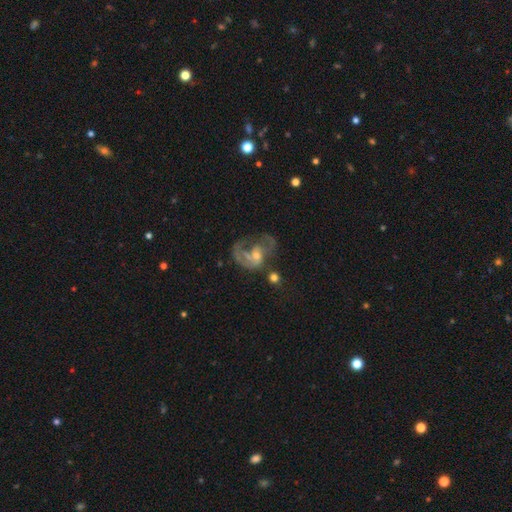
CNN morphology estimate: featured or disk 74%, smooth 15%, star or artifact 10%. Down the decision tree: edge-on disk — no (97%); bar — no (58%); spiral arms — yes (74%); spiral arm count — 2 (37%); spiral winding — medium (44%); bulge size — small (48%); merging — major disturbance (38%).